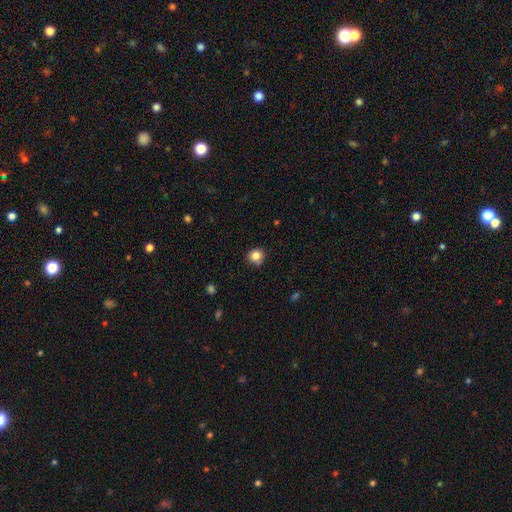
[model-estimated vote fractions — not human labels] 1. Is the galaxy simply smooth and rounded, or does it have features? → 83% smooth, 11% star or artifact, 5% featured or disk.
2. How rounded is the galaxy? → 90% round, 9% in between, 1% cigar-shaped.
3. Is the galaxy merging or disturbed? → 84% none, 12% minor disturbance, 2% major disturbance, 2% merger.